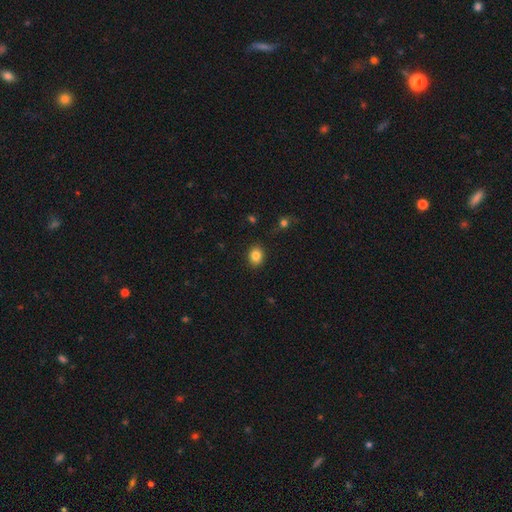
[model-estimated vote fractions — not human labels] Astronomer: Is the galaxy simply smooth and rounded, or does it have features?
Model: smooth — 83%.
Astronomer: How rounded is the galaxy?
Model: round — 54% (runner-up: in between, 45%).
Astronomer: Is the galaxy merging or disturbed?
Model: none — 89%.